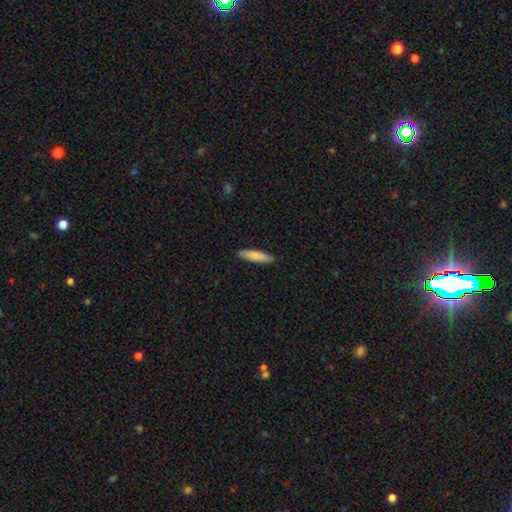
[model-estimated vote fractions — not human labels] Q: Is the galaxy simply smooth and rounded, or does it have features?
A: smooth — 84%.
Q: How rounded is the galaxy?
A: cigar-shaped — 76%.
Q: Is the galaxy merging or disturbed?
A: none — 87%.